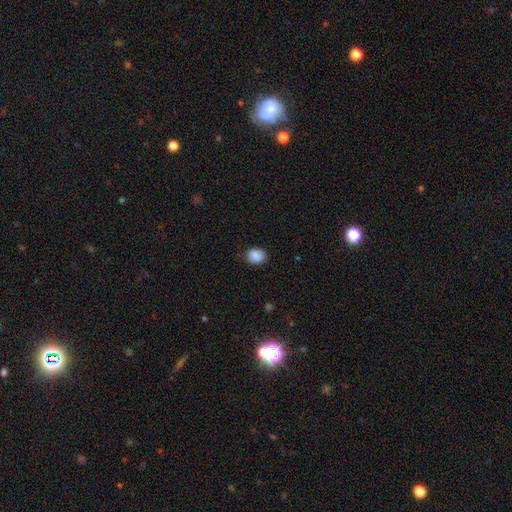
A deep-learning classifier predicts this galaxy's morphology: Q: Smooth or featured?
A: smooth (88%); runner-up: star or artifact (8%)
Q: How rounded?
A: round (51%); runner-up: in between (48%)
Q: Merging?
A: none (79%); runner-up: minor disturbance (16%)